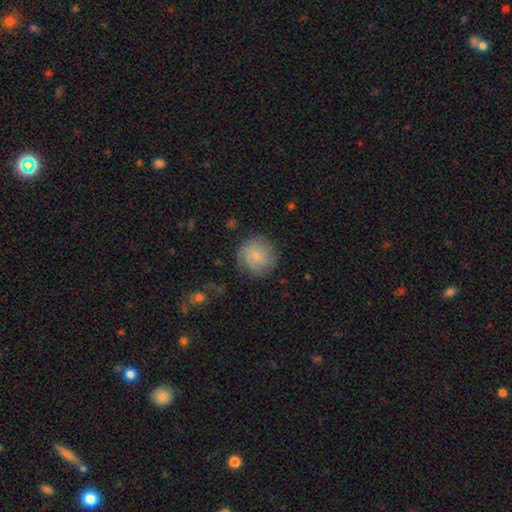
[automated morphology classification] This is likely a smooth galaxy (70%). How rounded: clearly round (93%). Merging: likely none (75%).